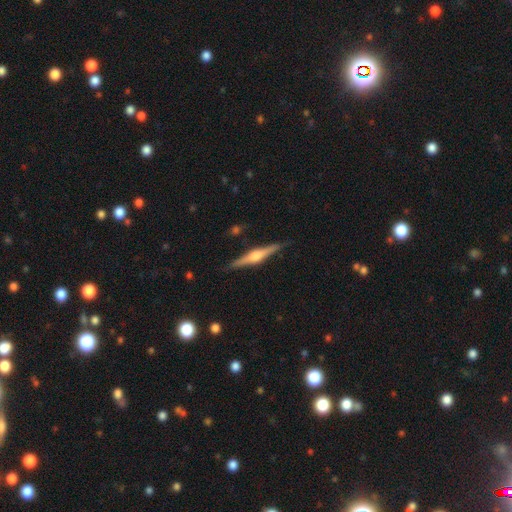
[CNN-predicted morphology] This appears to be a featured or disk galaxy (76%) viewed edge-on (98%) with a rounded central bulge (90%). Merging: none (88%).